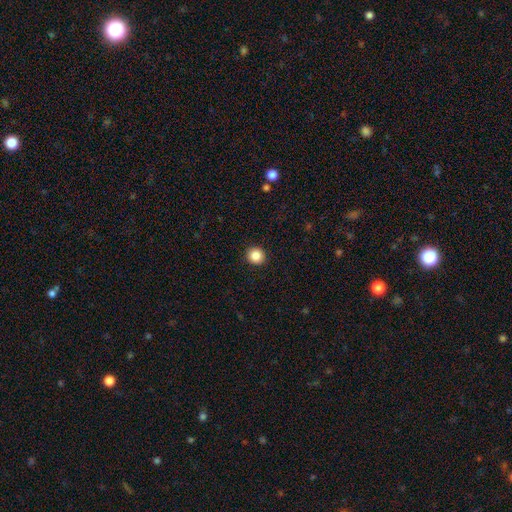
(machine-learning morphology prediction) A smooth galaxy with no disk features (86%) that is round (93%).

Vote fractions:
- Smooth or featured? smooth: 86% / star or artifact: 10% / featured or disk: 4%
- How rounded? round: 93% / in between: 6% / cigar-shaped: 1%
- Merging? none: 93% / minor disturbance: 4% / major disturbance: 2% / merger: 1%